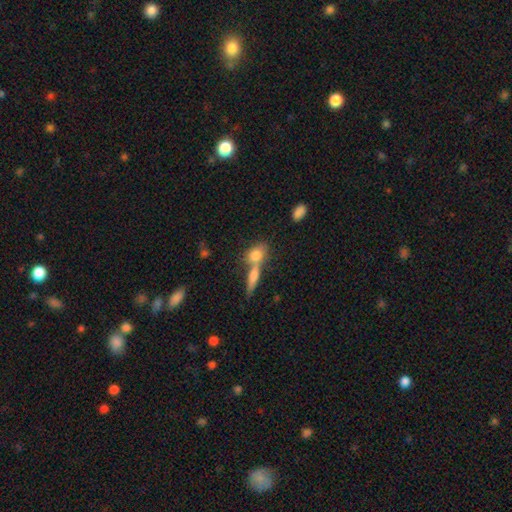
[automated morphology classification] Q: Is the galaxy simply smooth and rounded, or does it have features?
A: smooth — 75%.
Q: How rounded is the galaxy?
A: in between — 63%.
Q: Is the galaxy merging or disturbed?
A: merger — 50%.